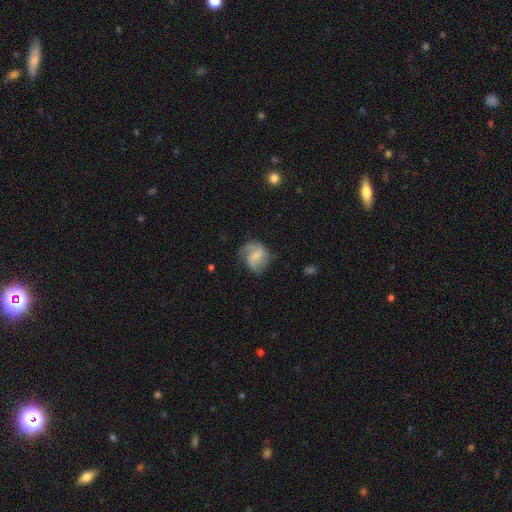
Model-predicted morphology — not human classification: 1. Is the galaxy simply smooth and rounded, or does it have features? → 57% featured or disk, 35% smooth, 8% star or artifact.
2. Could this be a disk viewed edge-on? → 97% no, 3% yes.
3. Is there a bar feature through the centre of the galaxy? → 48% weak, 35% no, 16% strong.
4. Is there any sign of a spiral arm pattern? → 86% yes, 14% no.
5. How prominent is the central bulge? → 45% small, 26% moderate, 25% none, 4% large, 1% dominant.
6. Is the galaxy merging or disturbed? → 54% none, 26% minor disturbance, 18% major disturbance, 2% merger.